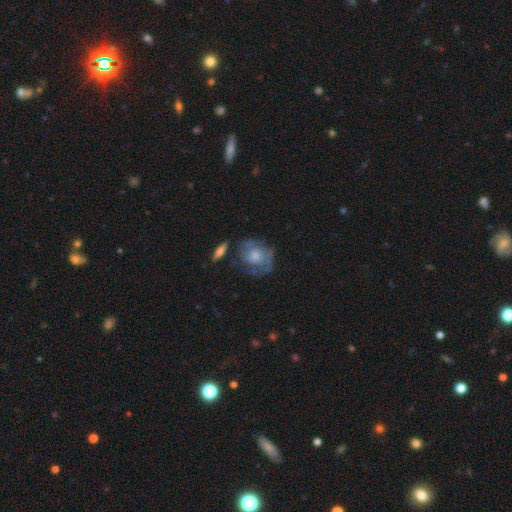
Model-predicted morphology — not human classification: This appears to be a featured or disk galaxy (53%) with no bar (81%), spiral arms (59%) and a moderate central bulge (40%). Merging: none (54%).